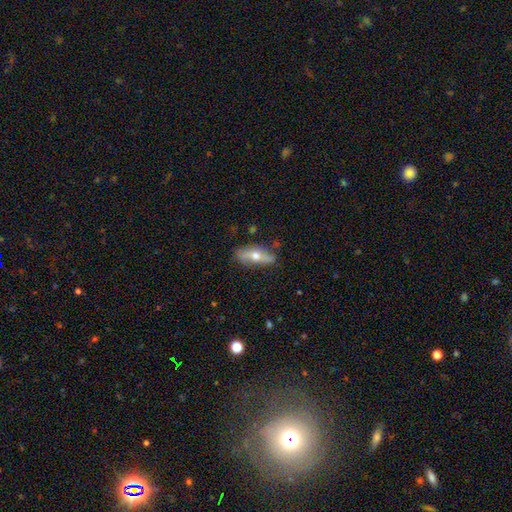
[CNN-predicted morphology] smooth-or-featured: featured or disk: 50% | smooth: 43% | star or artifact: 6%
  disk-edge-on: yes: 55% | no: 45%
  merging: none: 77% | minor disturbance: 17% | major disturbance: 4% | merger: 2%